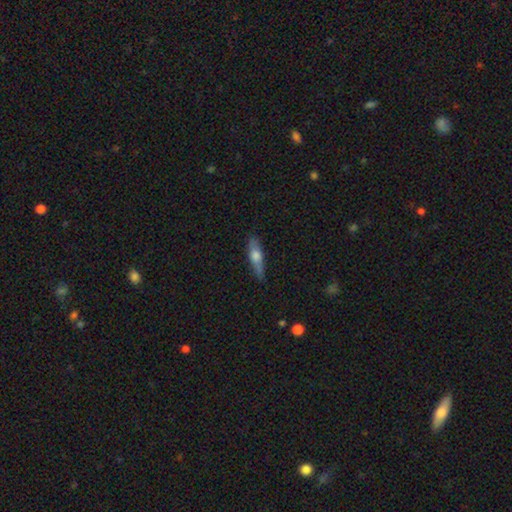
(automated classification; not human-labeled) Overall: smooth (48%; featured or disk 45%). Merging: none (80%).